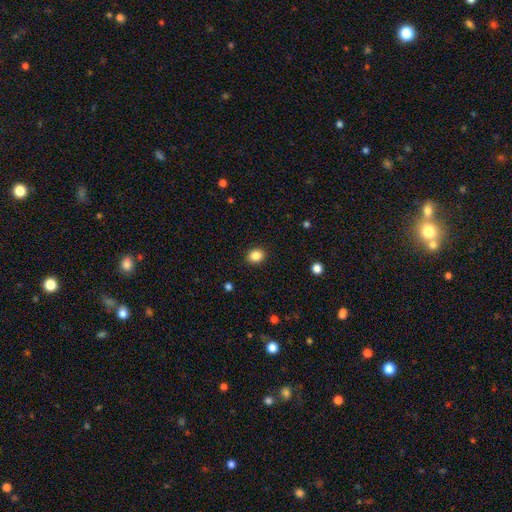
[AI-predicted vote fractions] Smooth or featured? Predicted: smooth (p=0.86). How rounded? Predicted: round (p=0.63). Merging? Predicted: none (p=0.90).